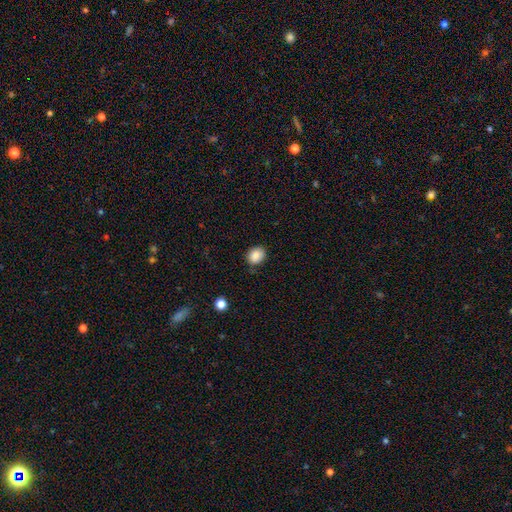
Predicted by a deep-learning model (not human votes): smooth-or-featured: smooth: 88% | star or artifact: 9% | featured or disk: 4%
  how-rounded: round: 51% | in between: 48% | cigar-shaped: 1%
  merging: none: 81% | minor disturbance: 14% | major disturbance: 3% | merger: 2%